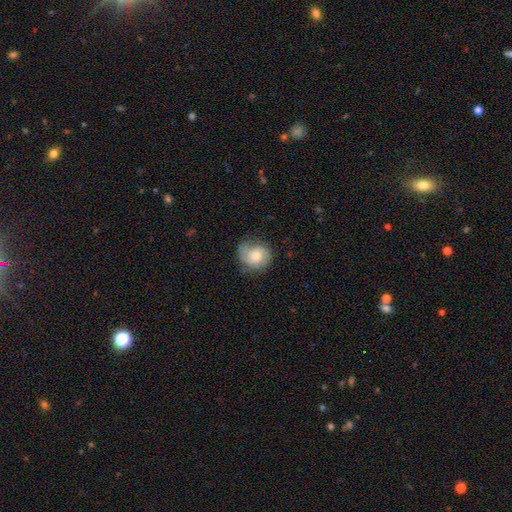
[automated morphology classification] Q: Smooth or featured?
A: featured or disk (49%); runner-up: smooth (44%)
Q: Merging?
A: none (66%); runner-up: minor disturbance (24%)